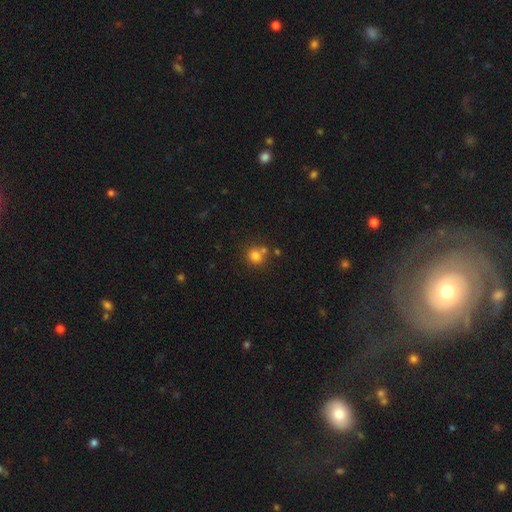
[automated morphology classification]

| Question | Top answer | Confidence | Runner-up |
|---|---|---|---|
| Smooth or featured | smooth | 79% | star or artifact (13%) |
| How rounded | round | 85% | in between (14%) |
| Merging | none | 64% | merger (22%) |